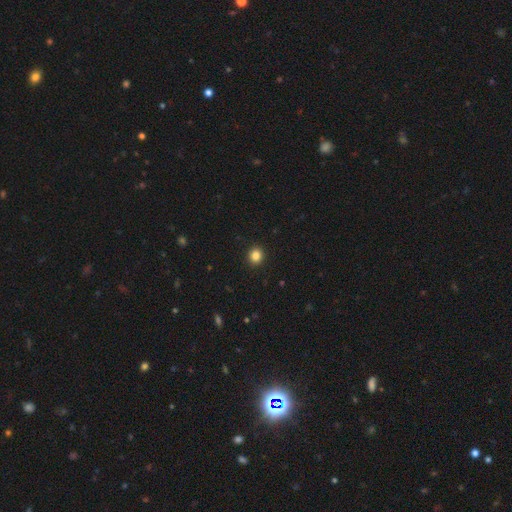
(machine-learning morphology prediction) Smooth or featured? smooth (84%)
How rounded? round (87%)
Merging? none (93%)